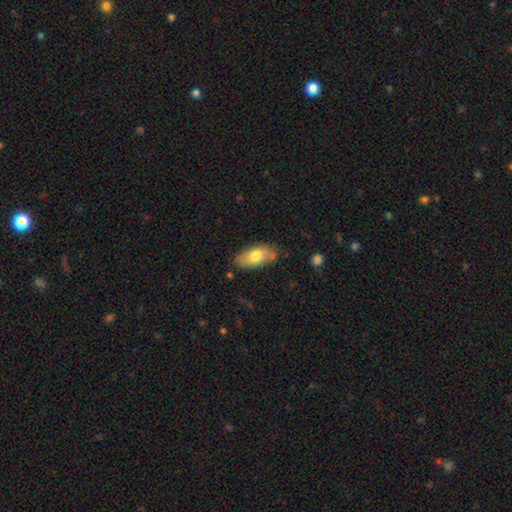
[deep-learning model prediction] This is likely a smooth galaxy (74%). How rounded: clearly in between (88%). Merging: likely none (73%).